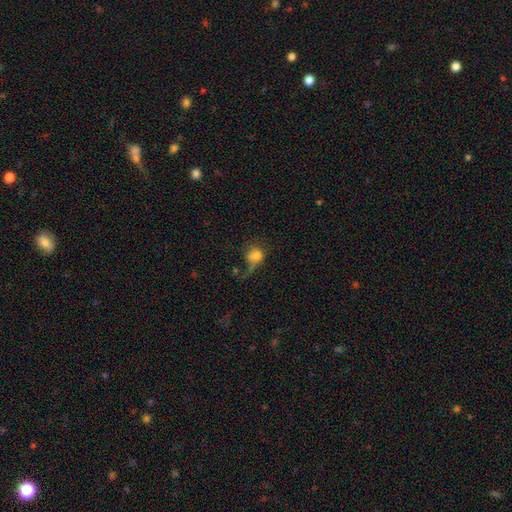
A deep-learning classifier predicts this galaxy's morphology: Smooth or featured? Predicted: smooth (p=0.69). How rounded? Predicted: round (p=0.68). Merging? Predicted: major disturbance (p=0.41).